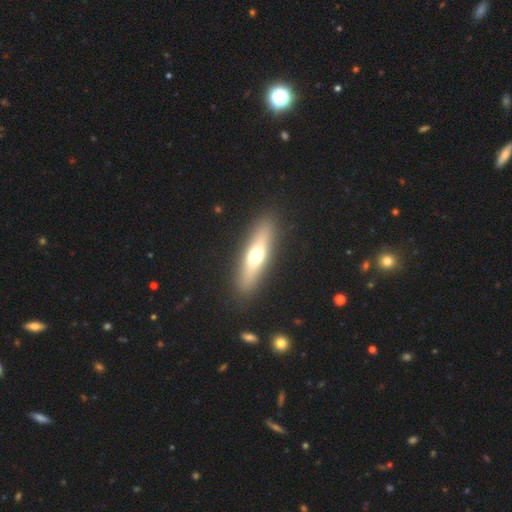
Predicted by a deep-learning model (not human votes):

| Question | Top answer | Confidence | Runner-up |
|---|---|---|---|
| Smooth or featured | smooth | 52% | featured or disk (41%) |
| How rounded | cigar-shaped | 66% | in between (31%) |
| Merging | none | 89% | minor disturbance (7%) |